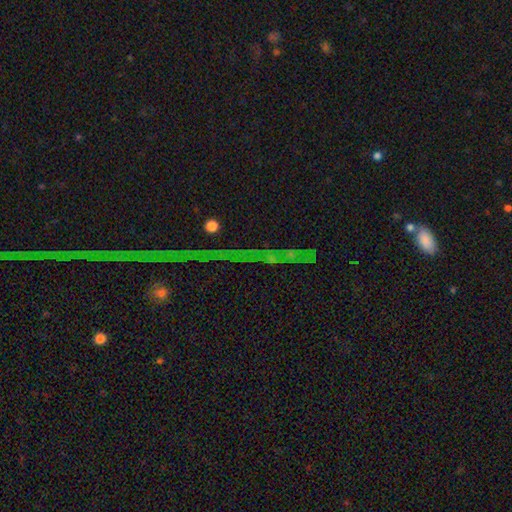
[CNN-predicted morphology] A star or artifact, not a galaxy (78%).

Vote fractions:
- Smooth or featured? star or artifact: 78% / featured or disk: 12% / smooth: 10%